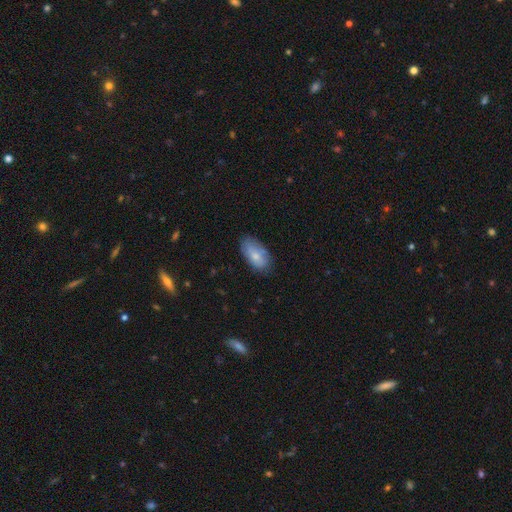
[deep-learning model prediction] The model was most divided on "merging": none: 72%, minor disturbance: 22%, major disturbance: 5%, merger: 2%. More confident: how rounded — in between (94%); smooth or featured — smooth (76%).